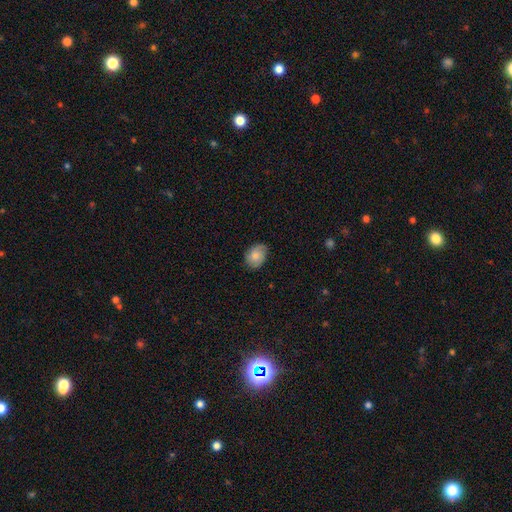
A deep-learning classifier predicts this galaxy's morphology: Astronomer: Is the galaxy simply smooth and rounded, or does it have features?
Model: smooth — 75%.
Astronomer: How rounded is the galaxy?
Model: in between — 68%.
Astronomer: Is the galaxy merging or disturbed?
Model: none — 77%.